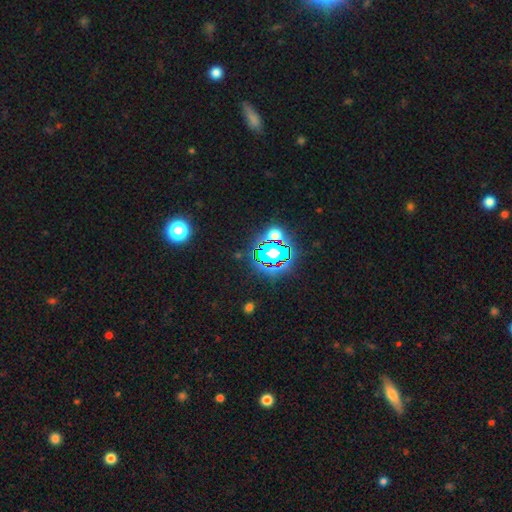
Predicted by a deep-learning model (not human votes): Q: Smooth or featured?
A: star or artifact (79%); runner-up: smooth (13%)